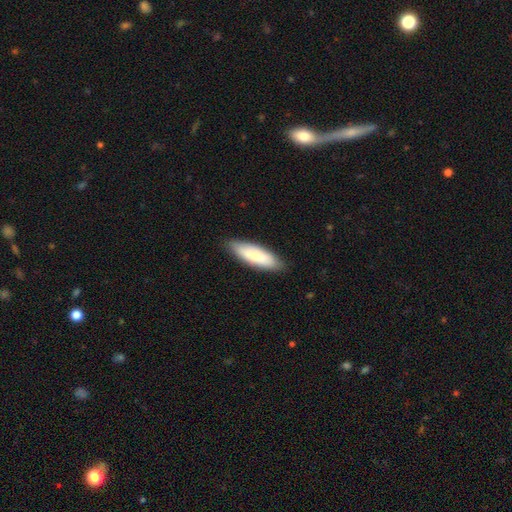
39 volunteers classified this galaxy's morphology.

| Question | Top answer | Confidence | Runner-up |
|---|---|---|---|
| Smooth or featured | smooth | 72% | featured or disk (28%) |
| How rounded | in between | 68% | cigar-shaped (32%) |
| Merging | none | 92% | minor disturbance (8%) |